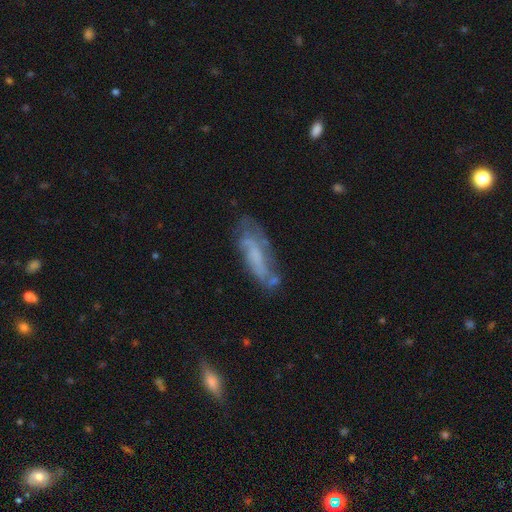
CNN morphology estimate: featured or disk 54%, smooth 37%, star or artifact 9%. Down the decision tree: edge-on disk — no (78%); merging — none (53%).